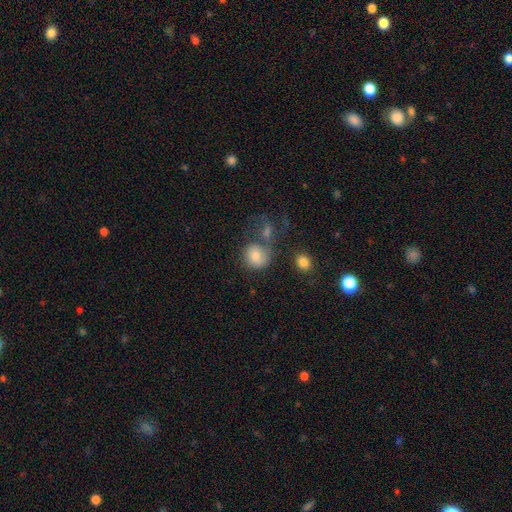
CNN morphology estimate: smooth 77%, featured or disk 12%, star or artifact 11%. Down the decision tree: how rounded — round (79%); merging — none (54%).